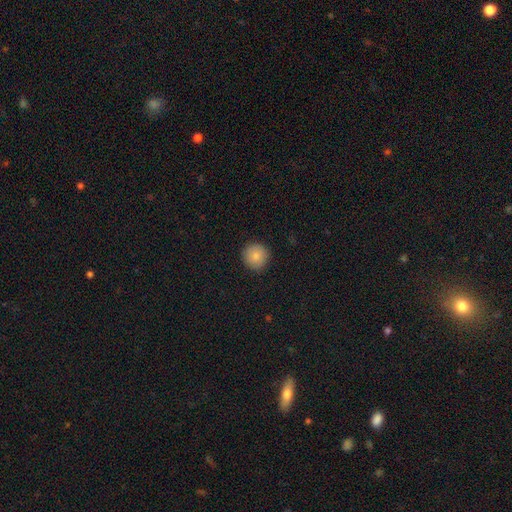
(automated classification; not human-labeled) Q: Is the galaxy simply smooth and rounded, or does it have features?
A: smooth — 85%.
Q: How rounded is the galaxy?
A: round — 95%.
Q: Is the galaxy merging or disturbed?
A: none — 91%.